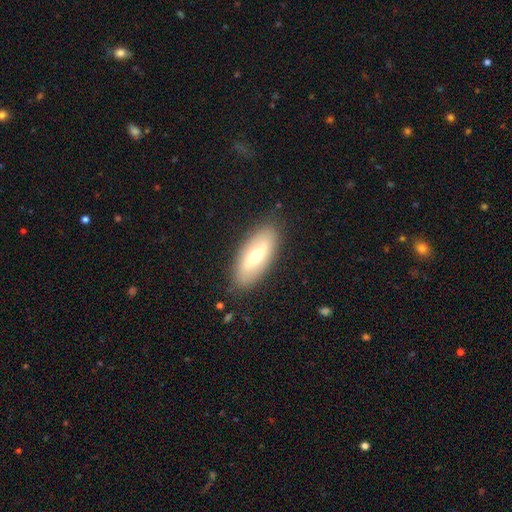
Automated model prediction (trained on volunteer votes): A smooth galaxy with no disk features (53%) that is in between round and cigar-shaped (83%). Merging: none (87%).